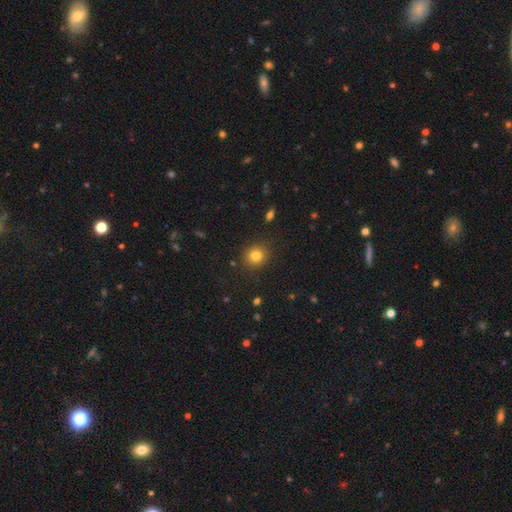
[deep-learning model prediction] Smooth or featured? smooth (80%)
How rounded? round (82%)
Merging? none (89%)